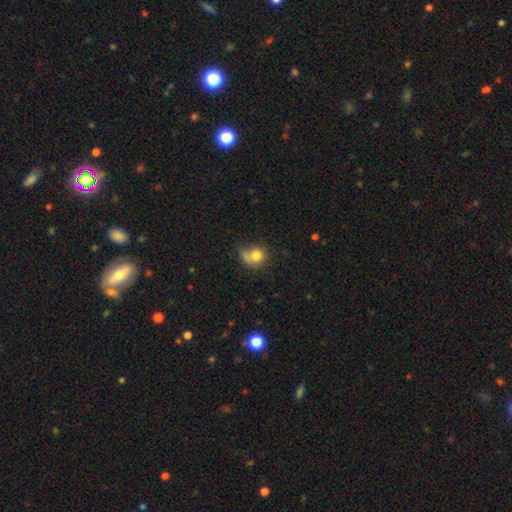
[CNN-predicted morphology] A smooth galaxy with no disk features (76%) that is round (74%). Merging: none (42%).